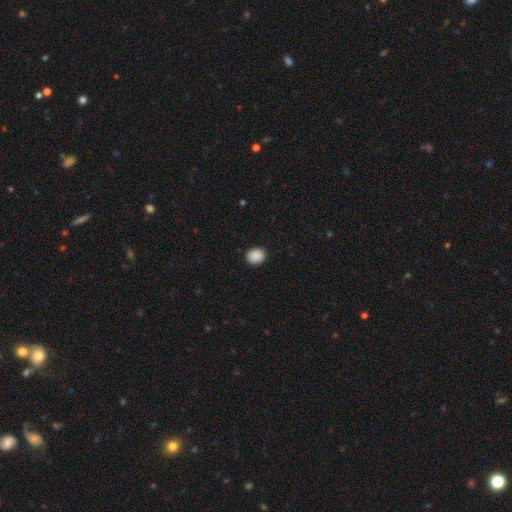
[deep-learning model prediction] smooth_or_featured: smooth (p=0.89) [alt: star or artifact p=0.08]
how_rounded: round (p=0.73) [alt: in between p=0.27]
merging: none (p=0.91) [alt: minor disturbance p=0.06]